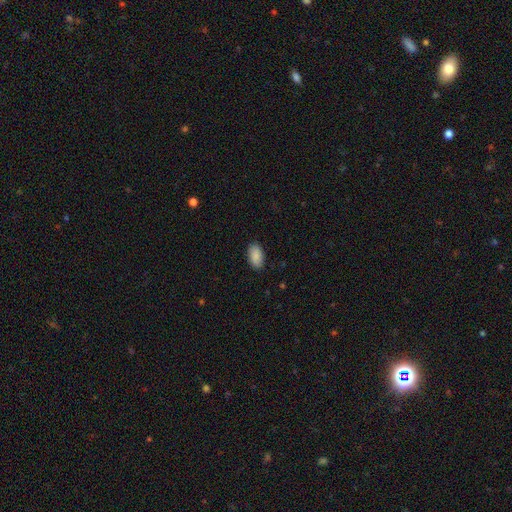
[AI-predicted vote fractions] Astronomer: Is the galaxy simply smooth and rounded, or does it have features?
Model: smooth — 90%.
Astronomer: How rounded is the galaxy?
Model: in between — 94%.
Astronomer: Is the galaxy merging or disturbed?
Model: none — 87%.